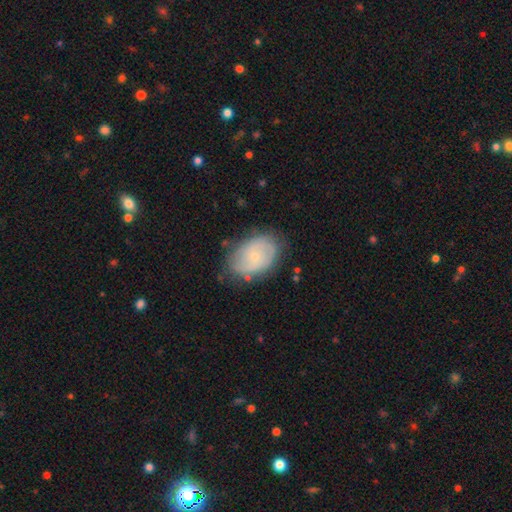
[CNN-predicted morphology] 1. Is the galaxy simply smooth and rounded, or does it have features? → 59% featured or disk, 34% smooth, 7% star or artifact.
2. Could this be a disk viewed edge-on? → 97% no, 3% yes.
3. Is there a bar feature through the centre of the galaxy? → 73% no, 24% weak, 3% strong.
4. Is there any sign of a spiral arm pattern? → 79% yes, 21% no.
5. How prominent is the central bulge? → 75% small, 20% moderate, 3% none, 1% large, 1% dominant.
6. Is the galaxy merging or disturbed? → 72% none, 20% minor disturbance, 6% major disturbance, 2% merger.